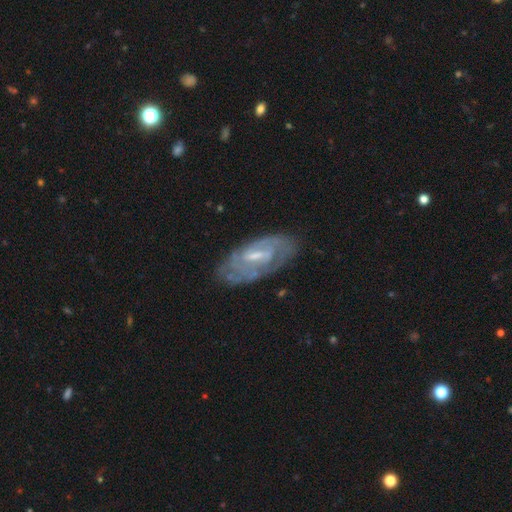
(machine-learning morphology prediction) This appears to be a featured or disk galaxy (77%) with a weak bar (54%), tight (55%) spiral arms (80%) and a small central bulge (48%). Merging: none (72%).